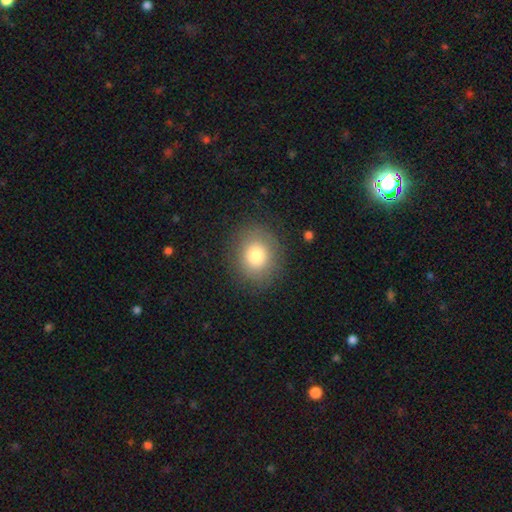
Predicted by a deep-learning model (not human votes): Smooth or featured?
  - smooth: 77% *
  - featured or disk: 13%
  - star or artifact: 10%
How rounded?
  - round: 74% *
  - in between: 25%
  - cigar-shaped: 1%
Merging?
  - none: 85% *
  - minor disturbance: 9%
  - major disturbance: 4%
  - merger: 1%